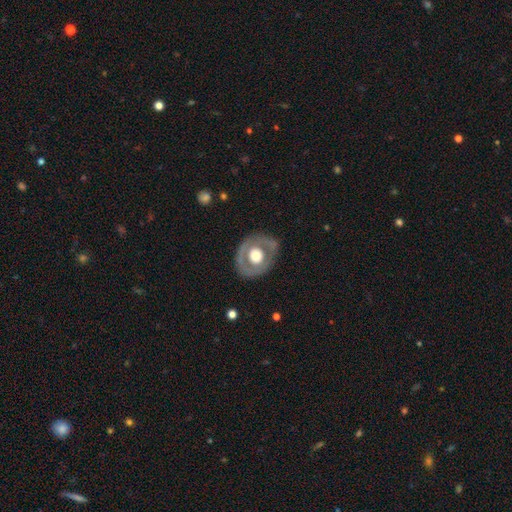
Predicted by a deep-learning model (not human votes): The model was most divided on "bulge size": large: 50%, moderate: 41%, dominant: 5%, small: 3%, none: 1%. More confident: edge-on disk — no (93%); bar — no (89%); spiral arms — no (88%); merging — none (79%); smooth or featured — featured or disk (56%).